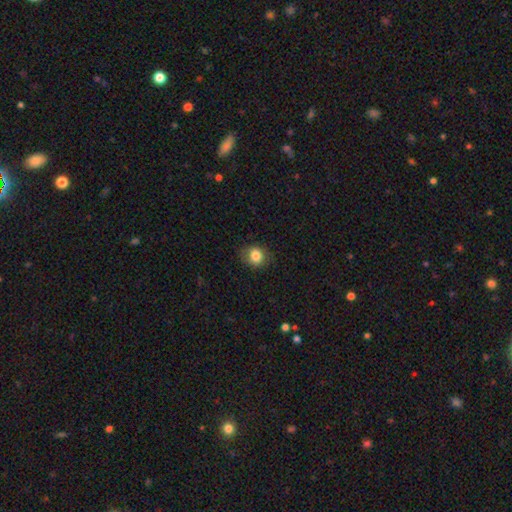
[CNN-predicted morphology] The model was most divided on "how rounded": round: 65%, in between: 34%, cigar-shaped: 1%. More confident: smooth or featured — smooth (83%); merging — none (79%).